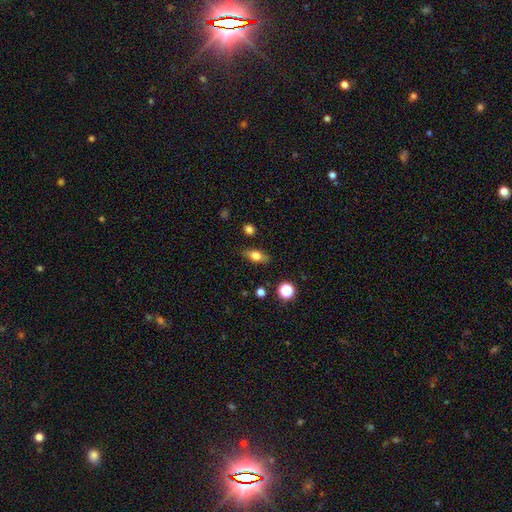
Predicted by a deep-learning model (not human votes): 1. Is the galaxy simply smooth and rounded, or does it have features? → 68% smooth, 23% featured or disk, 9% star or artifact.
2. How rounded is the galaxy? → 72% in between, 17% cigar-shaped, 11% round.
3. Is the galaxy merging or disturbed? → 84% none, 11% minor disturbance, 3% major disturbance, 2% merger.